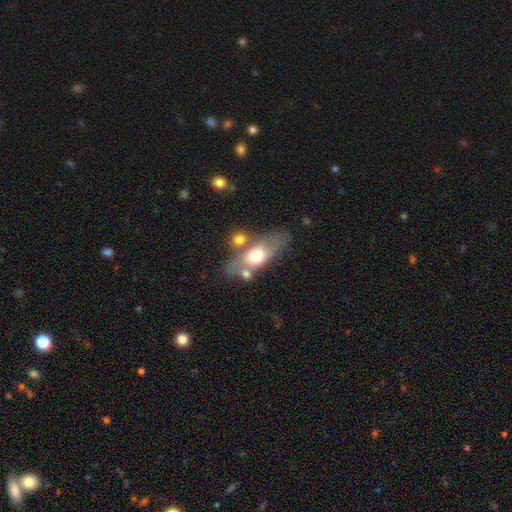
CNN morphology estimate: This appears to be a smooth galaxy with no disk features (52%) that is in between round and cigar-shaped (78%). Merging: none (50%).